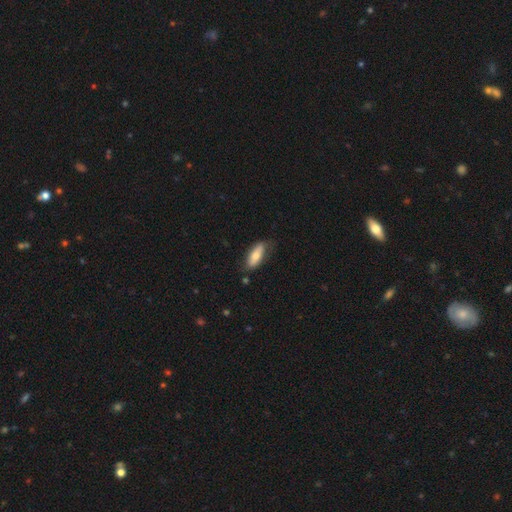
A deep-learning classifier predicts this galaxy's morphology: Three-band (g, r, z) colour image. It shows a smooth galaxy with no disk features (70%) that is in between round and cigar-shaped (68%). Merging: none (68%).